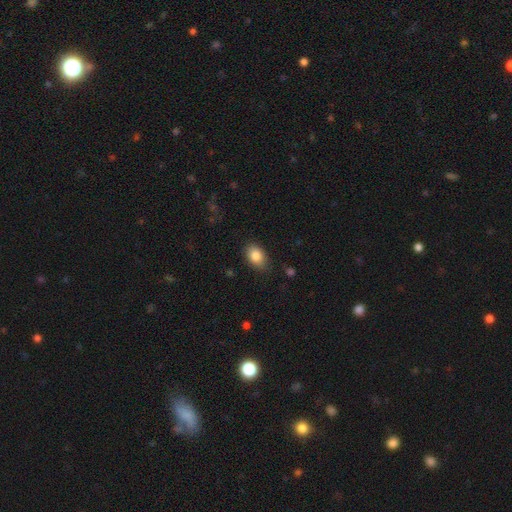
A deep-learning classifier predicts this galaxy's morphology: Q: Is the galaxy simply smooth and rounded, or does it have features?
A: smooth — 85%.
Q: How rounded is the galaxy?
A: in between — 83%.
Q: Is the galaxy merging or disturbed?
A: none — 83%.